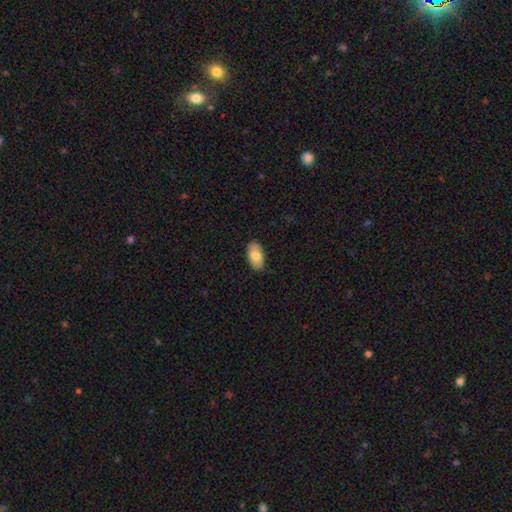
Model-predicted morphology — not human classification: This is likely a smooth galaxy (78%). How rounded: clearly in between (94%). Merging: clearly none (87%).